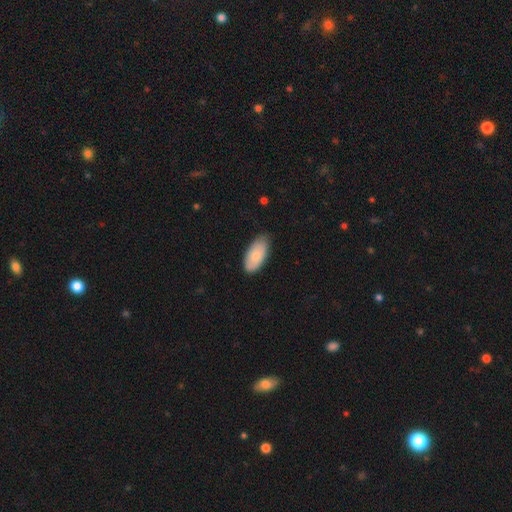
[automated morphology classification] Q: Smooth or featured?
A: smooth (80%); runner-up: featured or disk (14%)
Q: How rounded?
A: in between (93%); runner-up: cigar-shaped (5%)
Q: Merging?
A: none (77%); runner-up: minor disturbance (19%)